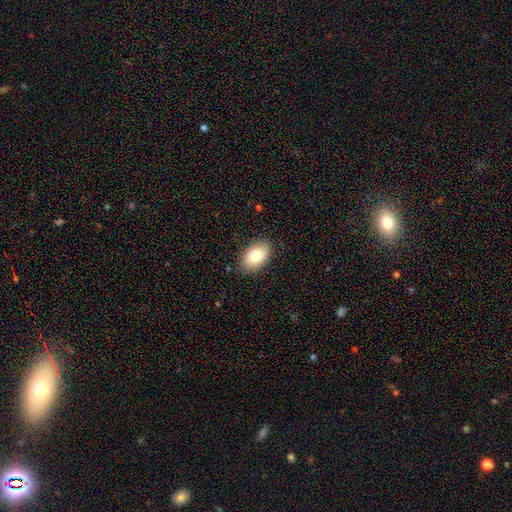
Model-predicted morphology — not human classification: This is clearly a smooth galaxy (83%). How rounded: clearly in between (91%). Merging: clearly none (86%).